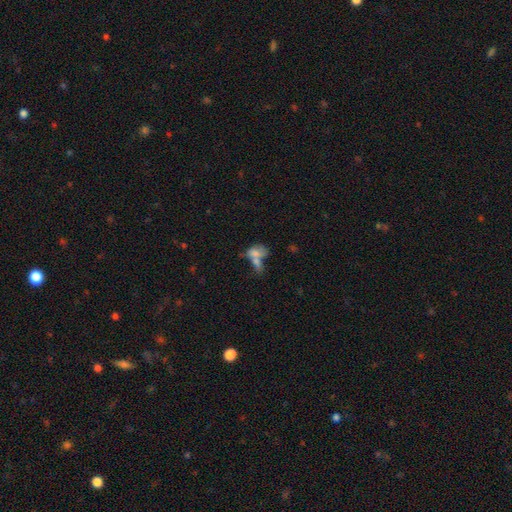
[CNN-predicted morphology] The model was most divided on "merging": merger: 61%, none: 19%, major disturbance: 11%, minor disturbance: 10%. More confident: how rounded — in between (81%); smooth or featured — smooth (66%).